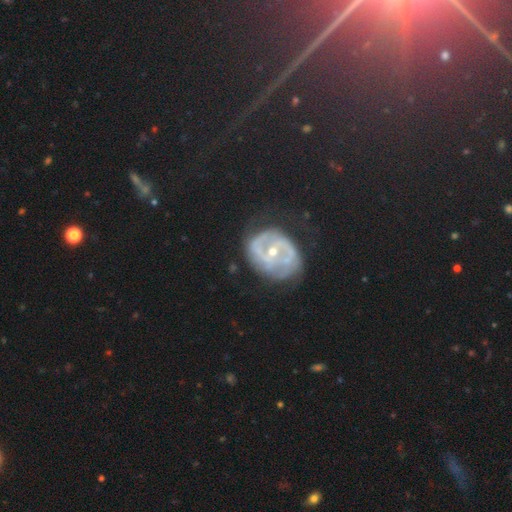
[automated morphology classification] A featured or disk galaxy (77%) with a weak bar (38%), 2 (57%) medium (40%) spiral arms (78%) and a small central bulge (58%).

Vote fractions:
- Smooth or featured? featured or disk: 77% / star or artifact: 11% / smooth: 11%
- Edge-on disk? no: 97% / yes: 3%
- Bar? weak: 38% / no: 36% / strong: 26%
- Spiral arms? yes: 78% / no: 22%
- Spiral winding? medium: 40% / tight: 39% / loose: 21%
- Spiral arm count? 2: 57% / can't tell: 24% / 3: 8% / 1: 5% / 4: 3% / more than 4: 3%
- Bulge size? small: 58% / moderate: 38% / large: 1% / none: 1% / dominant: 1%
- Merging? none: 63% / minor disturbance: 22% / major disturbance: 13% / merger: 2%